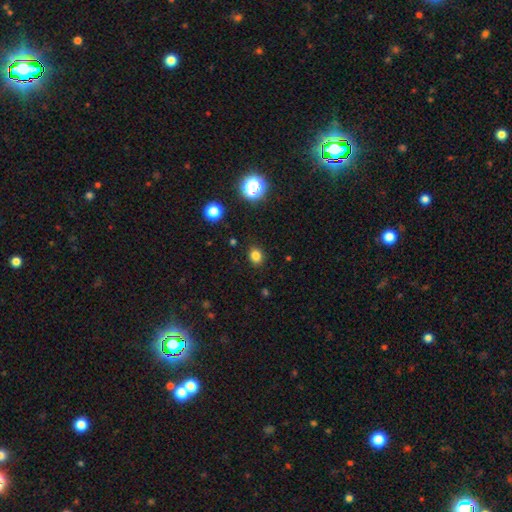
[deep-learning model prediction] The model was most divided on "how rounded": round: 59%, in between: 40%, cigar-shaped: 1%. More confident: merging — none (89%); smooth or featured — smooth (81%).